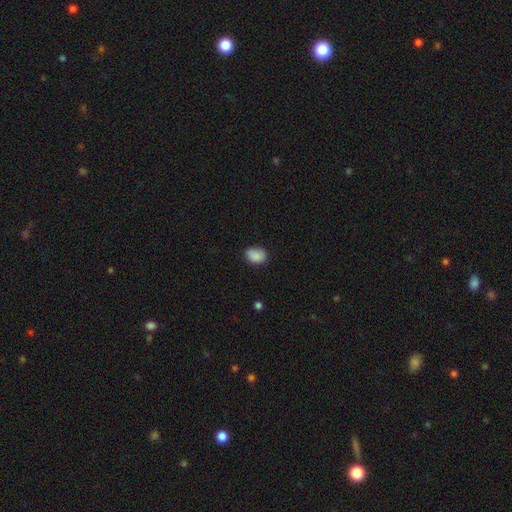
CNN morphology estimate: A smooth galaxy with no disk features (89%) that is in between round and cigar-shaped (74%). Merging: none (81%).